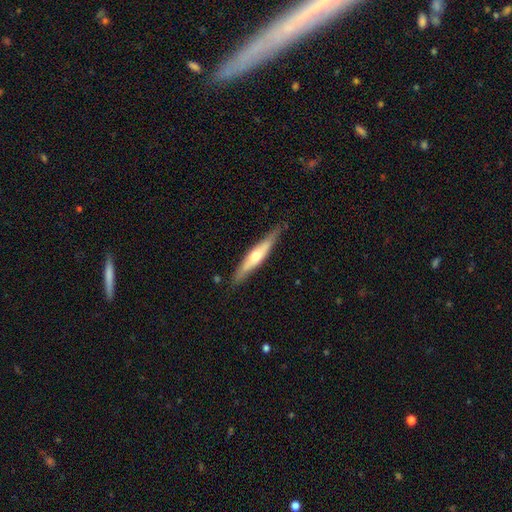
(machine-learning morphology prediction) Q: Smooth or featured?
A: featured or disk (56%); runner-up: smooth (39%)
Q: Edge-on disk?
A: yes (90%); runner-up: no (10%)
Q: Edge-on bulge?
A: rounded (84%); runner-up: none (10%)
Q: Merging?
A: none (84%); runner-up: minor disturbance (13%)